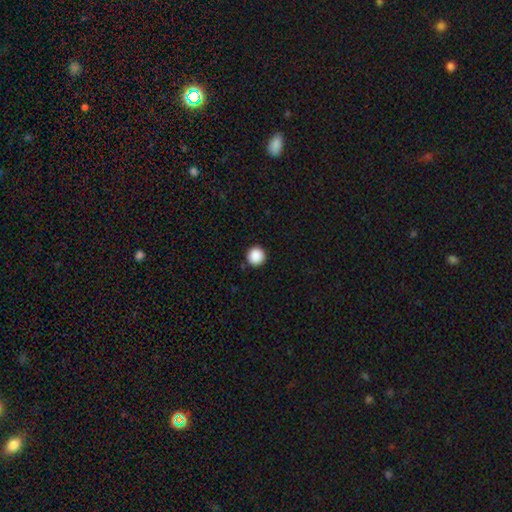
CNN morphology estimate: Smooth or featured? smooth (89%)
How rounded? round (96%)
Merging? none (92%)